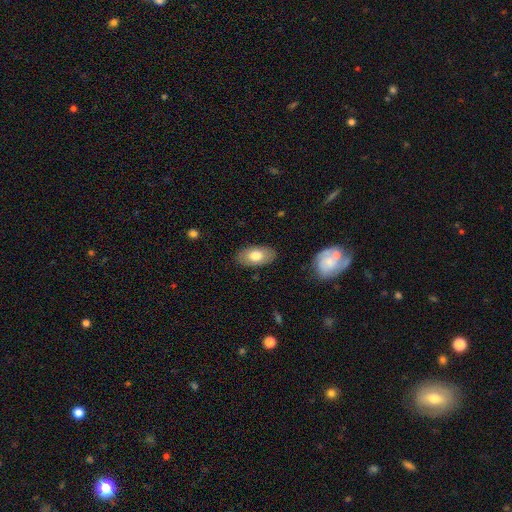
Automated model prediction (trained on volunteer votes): Q: Smooth or featured?
A: smooth (74%); runner-up: featured or disk (20%)
Q: How rounded?
A: in between (93%); runner-up: round (5%)
Q: Merging?
A: none (85%); runner-up: minor disturbance (11%)